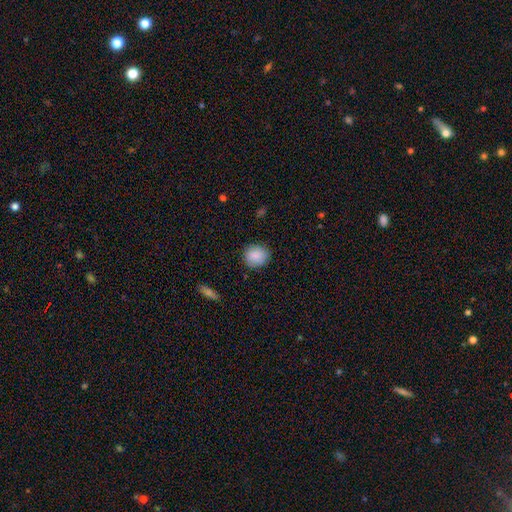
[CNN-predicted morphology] Q: Smooth or featured?
A: smooth (88%); runner-up: star or artifact (7%)
Q: How rounded?
A: round (82%); runner-up: in between (17%)
Q: Merging?
A: none (86%); runner-up: minor disturbance (10%)